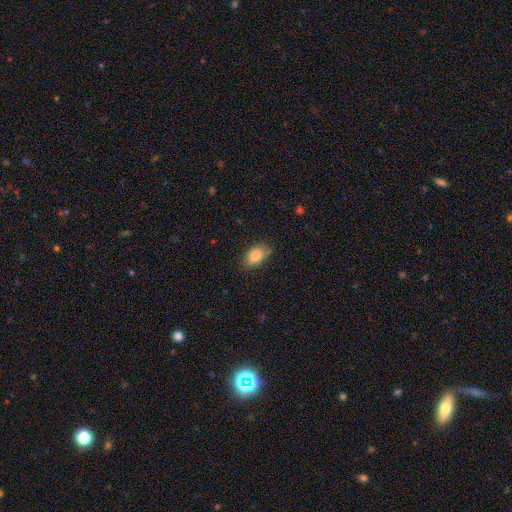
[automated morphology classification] Q: Smooth or featured?
A: smooth (84%); runner-up: featured or disk (8%)
Q: How rounded?
A: in between (87%); runner-up: round (11%)
Q: Merging?
A: none (74%); runner-up: minor disturbance (21%)